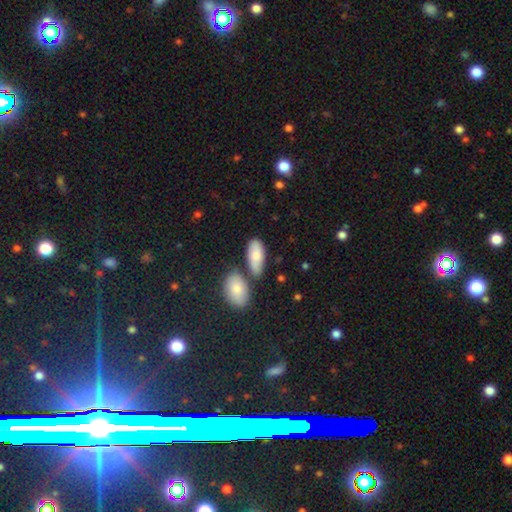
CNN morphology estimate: Overall: smooth (79%). How rounded: in between (88%). Merging: none (56%; merger 21%).